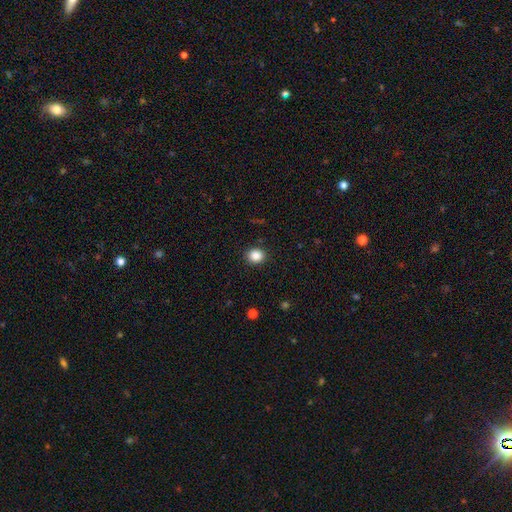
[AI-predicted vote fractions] smooth_or_featured: smooth (p=0.87) [alt: star or artifact p=0.10]
how_rounded: round (p=0.76) [alt: in between p=0.23]
merging: none (p=0.91) [alt: minor disturbance p=0.06]